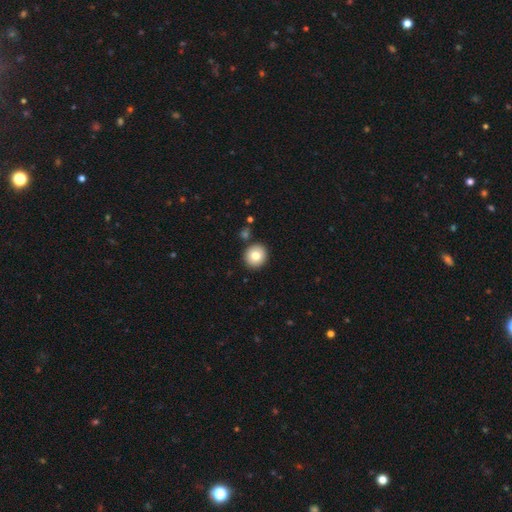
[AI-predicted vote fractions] Morphology: type=smooth (79%); roundness=round (89%); merging=none (88%).